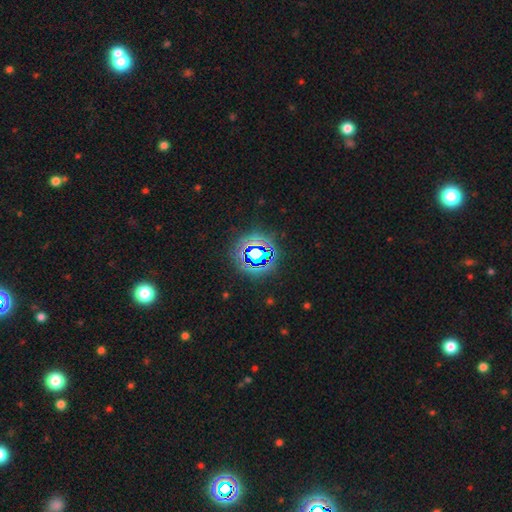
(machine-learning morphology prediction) smooth-or-featured: star or artifact: 69% | smooth: 20% | featured or disk: 12%